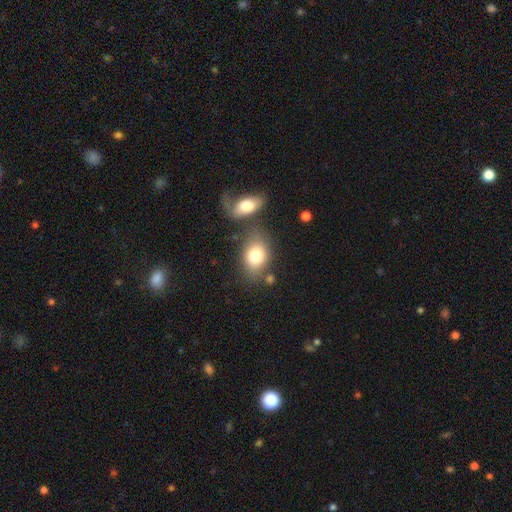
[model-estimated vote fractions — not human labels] A smooth galaxy with no disk features (78%) that is in between round and cigar-shaped (78%). Merging: none (59%).